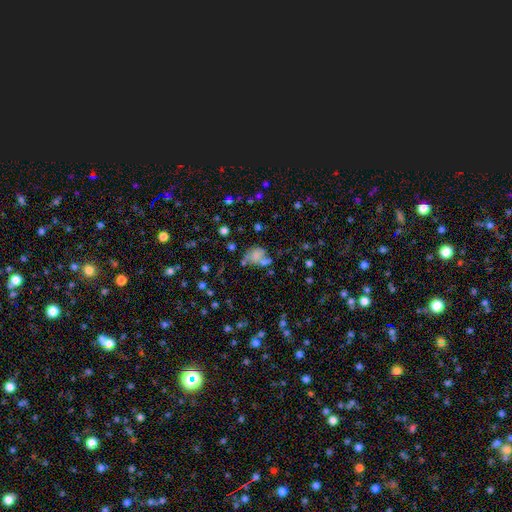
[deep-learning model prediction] smooth-or-featured: smooth: 62% | featured or disk: 22% | star or artifact: 16%
  how-rounded: round: 53% | in between: 46% | cigar-shaped: 1%
  merging: none: 37% | merger: 28% | minor disturbance: 20% | major disturbance: 15%